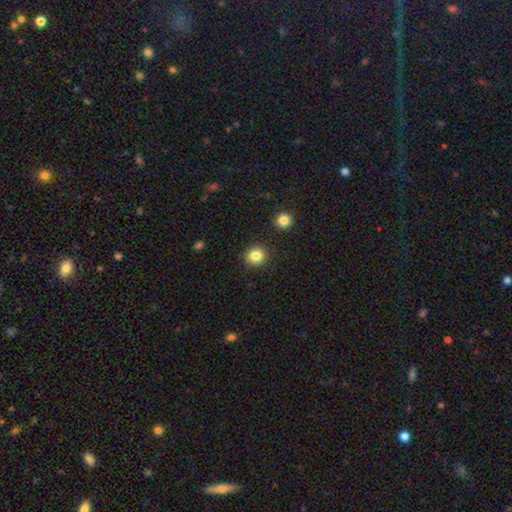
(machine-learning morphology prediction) This appears to be a smooth galaxy with no disk features (84%) that is round (90%). Merging: none (90%).